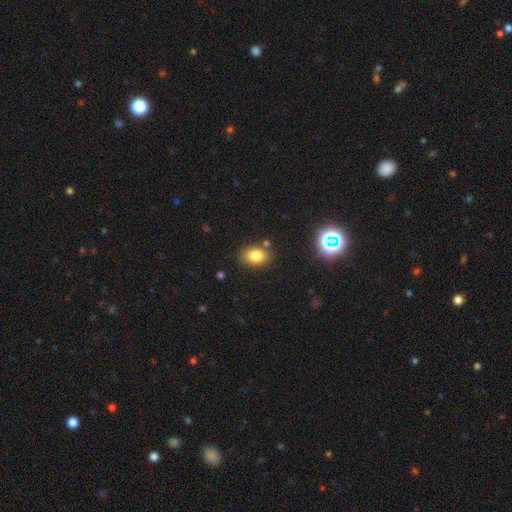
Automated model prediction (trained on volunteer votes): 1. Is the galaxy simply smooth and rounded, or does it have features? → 81% smooth, 12% star or artifact, 8% featured or disk.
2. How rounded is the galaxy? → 74% in between, 25% round, 1% cigar-shaped.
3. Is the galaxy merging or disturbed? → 80% none, 12% minor disturbance, 5% merger, 3% major disturbance.